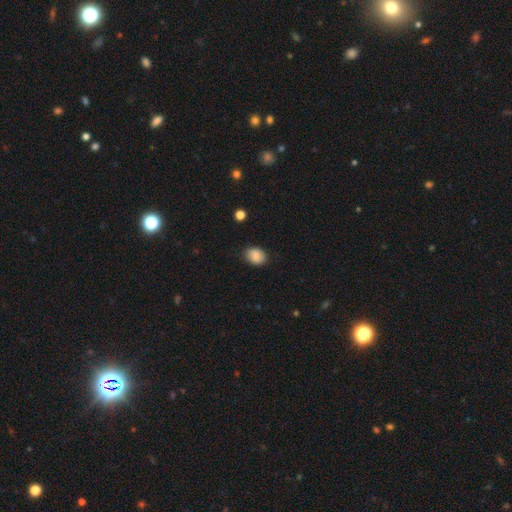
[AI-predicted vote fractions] Smooth or featured? smooth (86%)
How rounded? in between (62%)
Merging? none (84%)